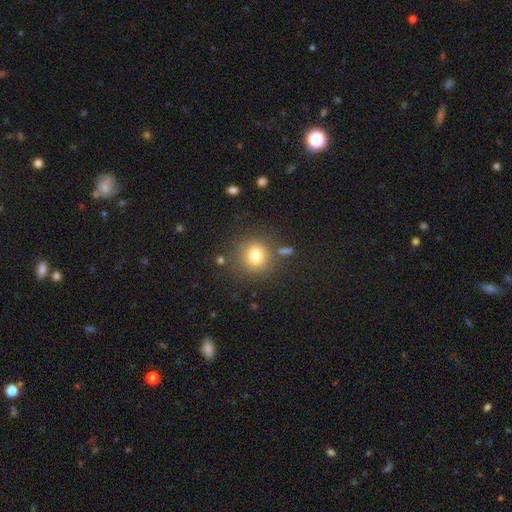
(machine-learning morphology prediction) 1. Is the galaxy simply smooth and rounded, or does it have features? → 78% smooth, 13% star or artifact, 9% featured or disk.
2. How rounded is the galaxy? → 89% round, 10% in between, 1% cigar-shaped.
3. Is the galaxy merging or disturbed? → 79% none, 10% minor disturbance, 6% merger, 4% major disturbance.